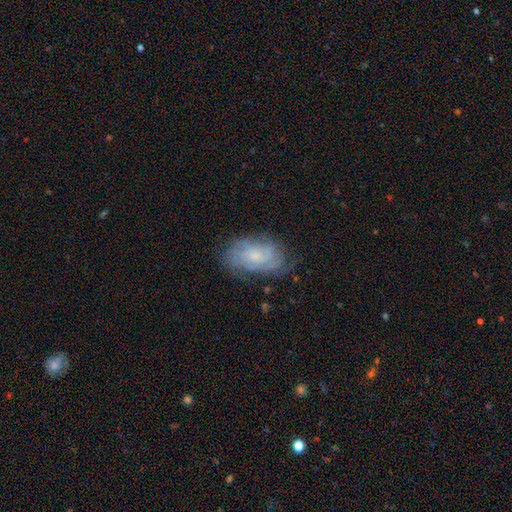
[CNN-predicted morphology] This is likely a featured or disk galaxy (65%). It is clearly not viewed edge-on (95%). Bar: likely no (69%). Spiral arm pattern: clearly yes (88%). Spiral arm count: possibly can't tell (50%). Spiral winding: possibly tight (58%). Central bulge: possibly small (59%). Merging: likely none (70%).